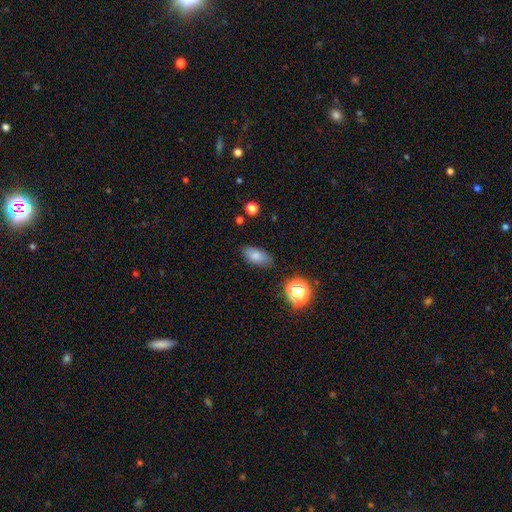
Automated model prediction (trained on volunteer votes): A smooth galaxy with no disk features (79%) that is in between round and cigar-shaped (88%).

Vote fractions:
- Smooth or featured? smooth: 79% / star or artifact: 11% / featured or disk: 10%
- How rounded? in between: 88% / round: 6% / cigar-shaped: 6%
- Merging? none: 78% / minor disturbance: 16% / major disturbance: 4% / merger: 2%